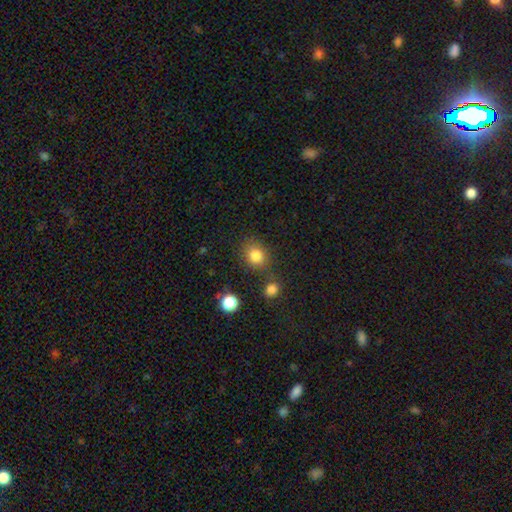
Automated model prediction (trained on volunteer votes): Smooth or featured: smooth — 82% (star or artifact — 12%)
How rounded: round — 74% (in between — 25%)
Merging: none — 74% (minor disturbance — 12%)